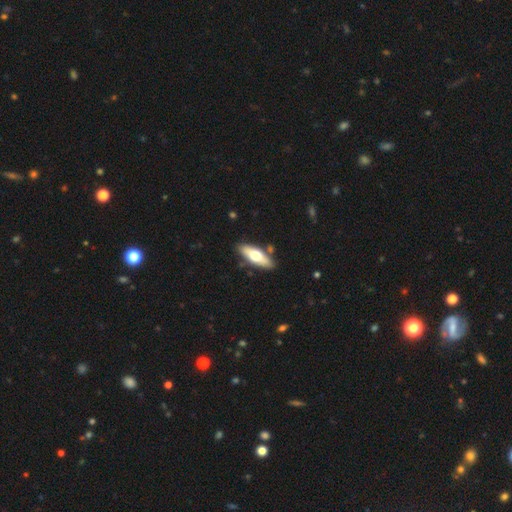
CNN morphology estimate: A smooth galaxy with no disk features (55%) that is in between round and cigar-shaped (56%). Merging: none (83%).